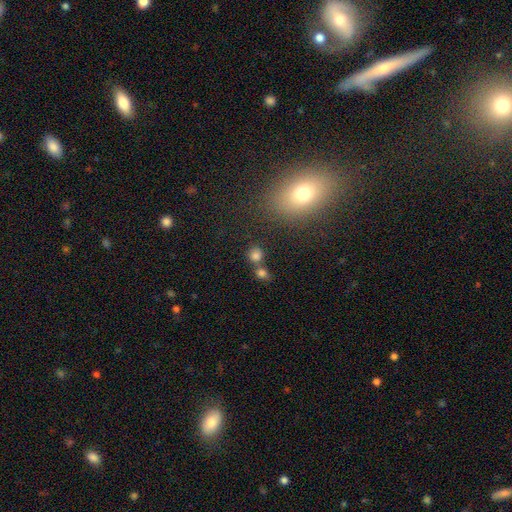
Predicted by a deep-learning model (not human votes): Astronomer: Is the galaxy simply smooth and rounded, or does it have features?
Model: smooth — 78%.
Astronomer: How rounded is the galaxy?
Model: round — 84%.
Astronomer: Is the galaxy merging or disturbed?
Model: none — 58%.